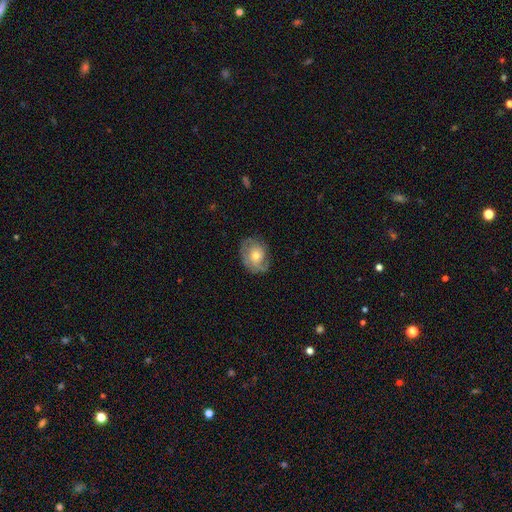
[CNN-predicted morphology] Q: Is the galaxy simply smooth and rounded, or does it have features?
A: featured or disk — 54%.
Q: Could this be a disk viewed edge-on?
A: no — 96%.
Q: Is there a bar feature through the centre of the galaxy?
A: no — 82%.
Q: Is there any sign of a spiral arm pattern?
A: yes — 75%.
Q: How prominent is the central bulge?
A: moderate — 60%.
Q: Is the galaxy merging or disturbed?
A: none — 67%.